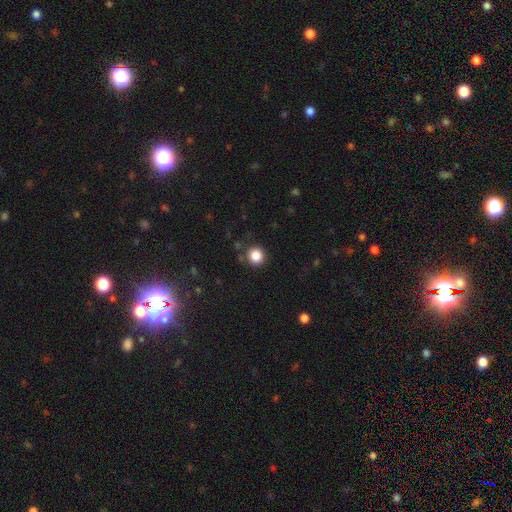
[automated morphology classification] Smooth or featured? smooth (85%)
How rounded? round (91%)
Merging? none (86%)